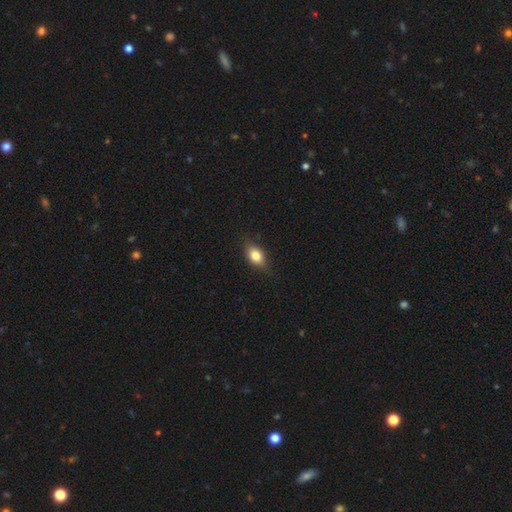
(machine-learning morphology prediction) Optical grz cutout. It shows a smooth galaxy with no disk features (79%) that is in between round and cigar-shaped (80%). Merging: none (80%).